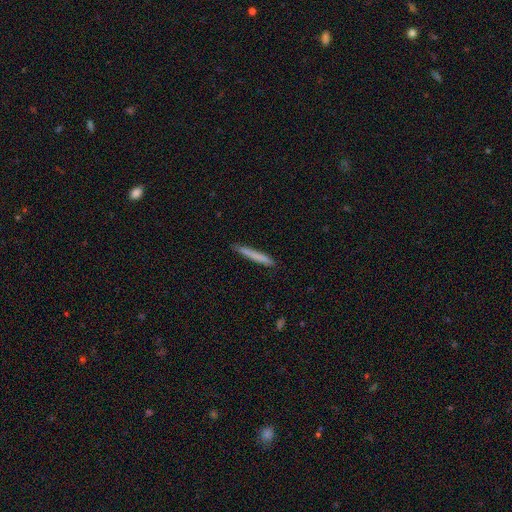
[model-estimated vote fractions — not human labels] Overall: smooth (75%). How rounded: cigar-shaped (97%). Merging: none (88%).